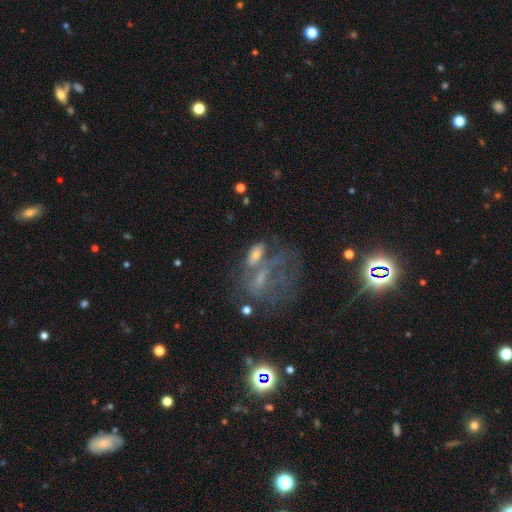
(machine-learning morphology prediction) Smooth or featured? Predicted: featured or disk (p=0.46). Merging? Predicted: merger (p=0.32).